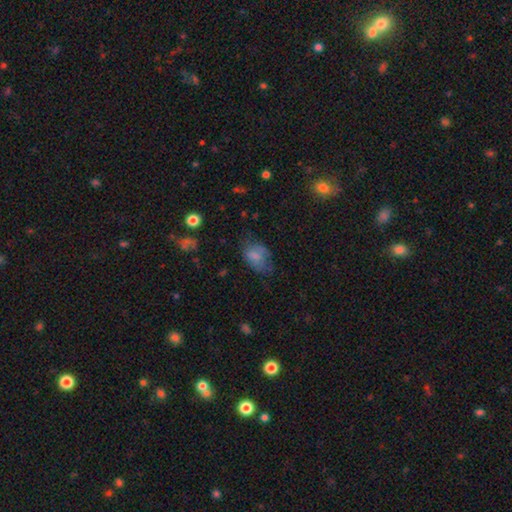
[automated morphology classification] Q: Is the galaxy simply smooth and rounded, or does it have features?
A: smooth — 69%.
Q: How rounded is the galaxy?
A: in between — 81%.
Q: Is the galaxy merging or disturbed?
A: none — 41%.